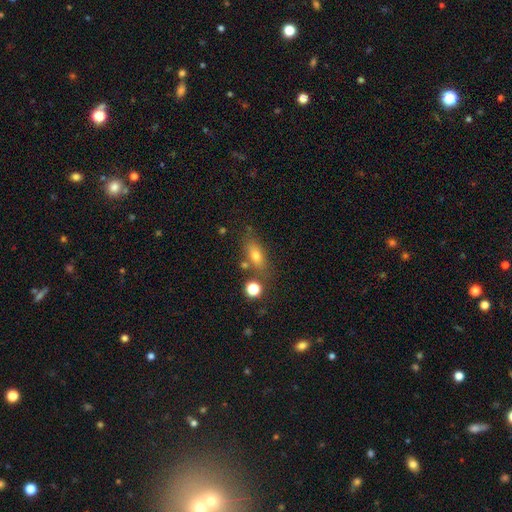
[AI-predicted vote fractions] Smooth or featured: smooth — 70% (featured or disk — 19%)
How rounded: in between — 68% (cigar-shaped — 22%)
Merging: none — 68% (minor disturbance — 15%)